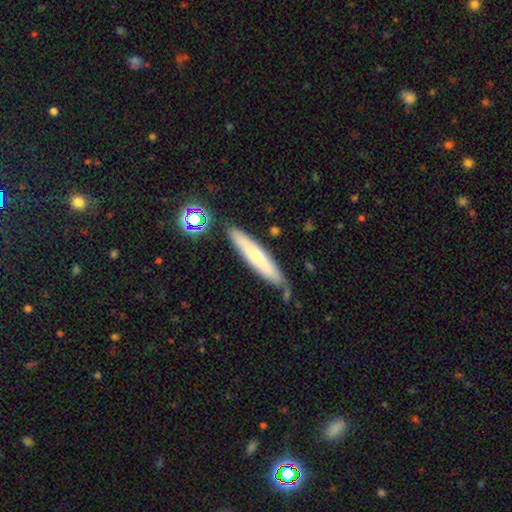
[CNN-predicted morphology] This appears to be a smooth galaxy with no disk features (54%) that is cigar-shaped (84%). Merging: none (77%).